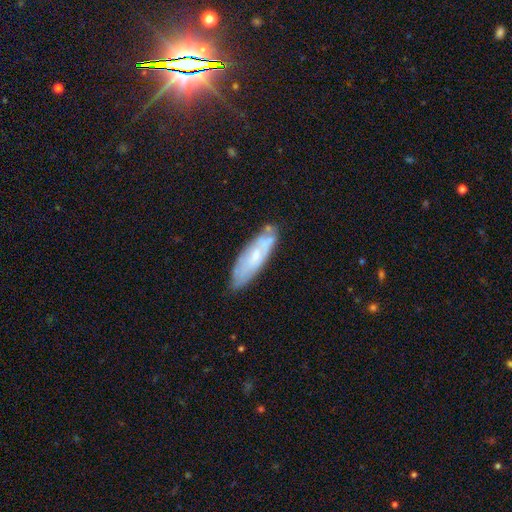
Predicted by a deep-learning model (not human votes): A featured or disk galaxy (48%). Merging: none (68%).